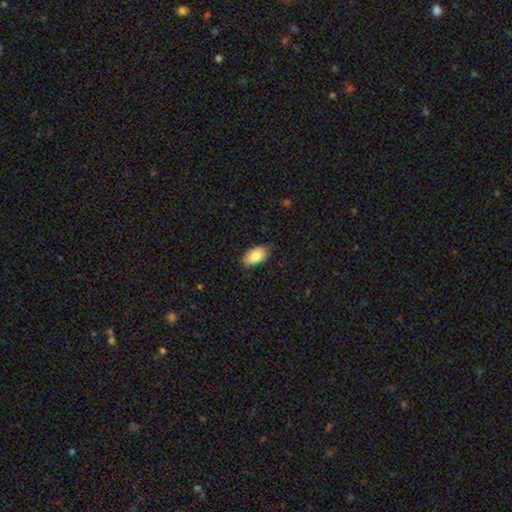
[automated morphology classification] A smooth galaxy with no disk features (84%) that is in between round and cigar-shaped (93%).

Vote fractions:
- Smooth or featured? smooth: 84% / featured or disk: 9% / star or artifact: 7%
- How rounded? in between: 93% / round: 5% / cigar-shaped: 2%
- Merging? none: 84% / minor disturbance: 13% / major disturbance: 2% / merger: 1%